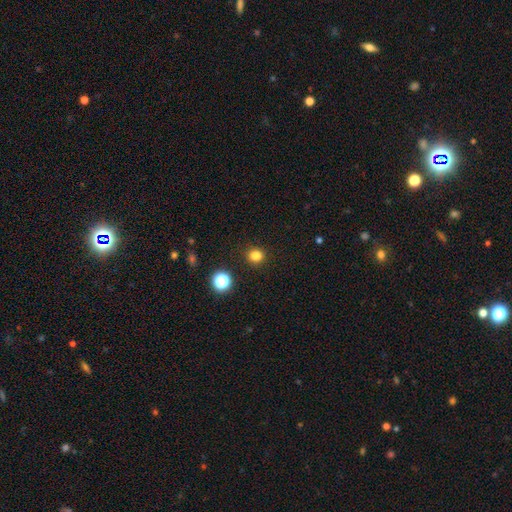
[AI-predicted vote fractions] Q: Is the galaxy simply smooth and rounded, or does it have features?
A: smooth — 81%.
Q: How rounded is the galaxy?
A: round — 84%.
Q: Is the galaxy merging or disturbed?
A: none — 90%.